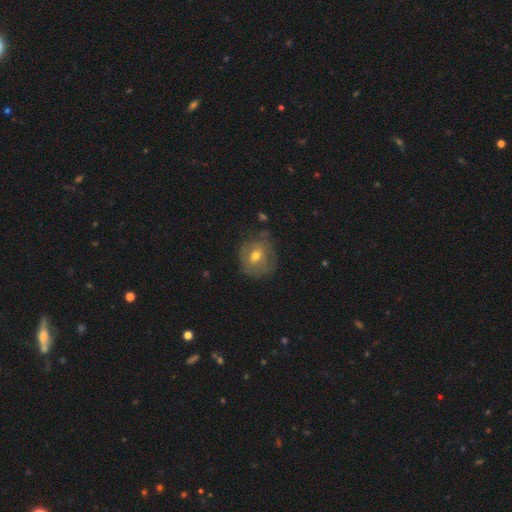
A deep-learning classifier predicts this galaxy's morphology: smooth 47%, featured or disk 43%, star or artifact 10%. Down the decision tree: merging — none (65%).